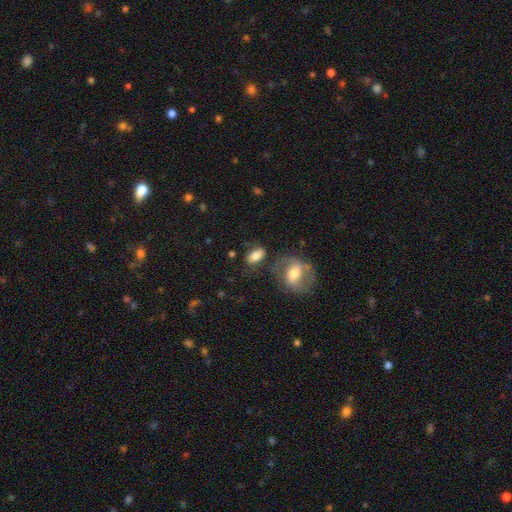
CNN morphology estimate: Smooth or featured? Predicted: smooth (p=0.78). How rounded? Predicted: in between (p=0.89). Merging? Predicted: none (p=0.63).